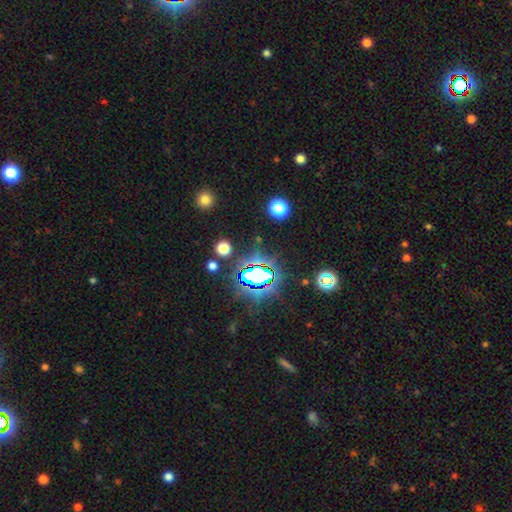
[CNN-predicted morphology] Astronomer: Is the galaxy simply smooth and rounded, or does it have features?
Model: star or artifact — 74%.